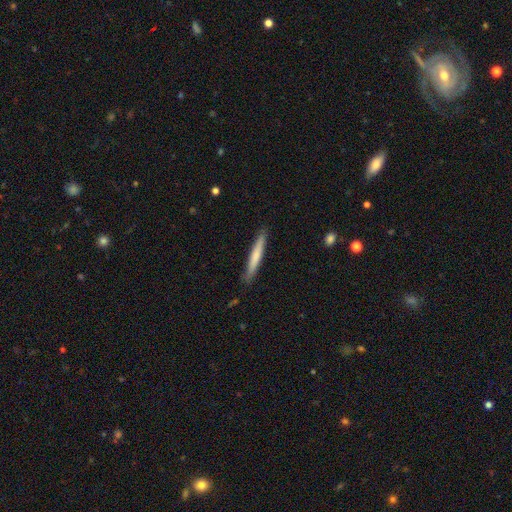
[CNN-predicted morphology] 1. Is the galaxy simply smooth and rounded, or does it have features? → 66% smooth, 29% featured or disk, 5% star or artifact.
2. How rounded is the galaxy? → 96% cigar-shaped, 3% in between, 1% round.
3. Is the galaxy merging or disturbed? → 88% none, 9% minor disturbance, 2% major disturbance, 1% merger.